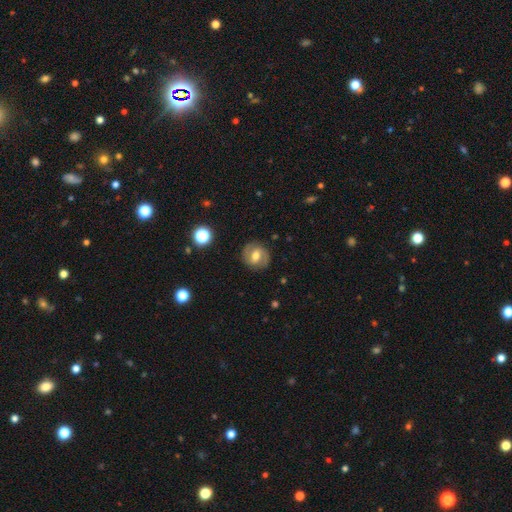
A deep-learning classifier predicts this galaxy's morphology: A featured or disk galaxy (55%) with a weak bar (47%), spiral arms (72%) and a moderate central bulge (70%). Merging: none (83%).